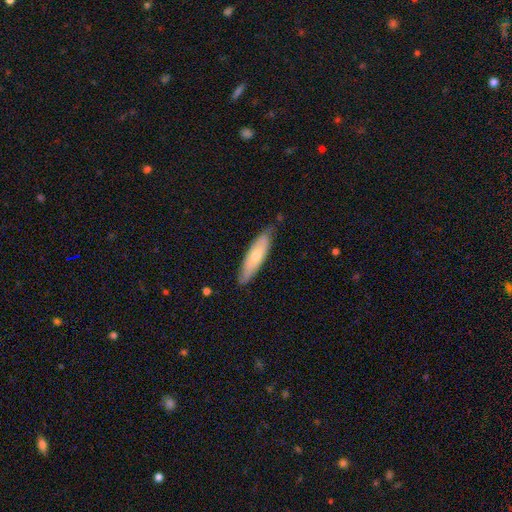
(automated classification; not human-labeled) A smooth galaxy with no disk features (63%) that is cigar-shaped (67%). Merging: none (79%).